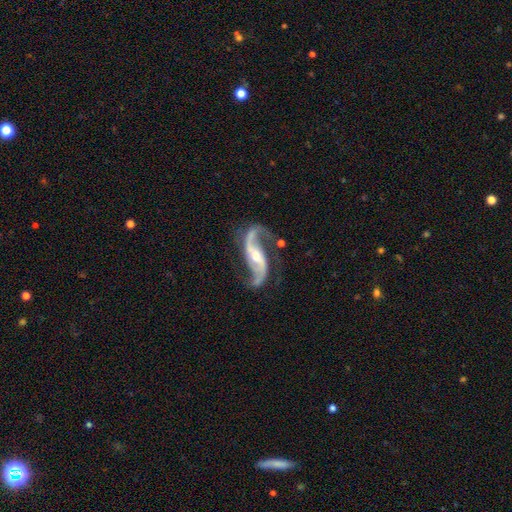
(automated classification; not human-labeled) Smooth or featured? Predicted: featured or disk (p=0.92). Edge-on disk? Predicted: no (p=0.96). Bar? Predicted: strong (p=0.36). Spiral arms? Predicted: yes (p=0.98). Spiral winding? Predicted: loose (p=0.63). Spiral arm count? Predicted: 2 (p=0.93). Bulge size? Predicted: small (p=0.48). Merging? Predicted: none (p=0.71).